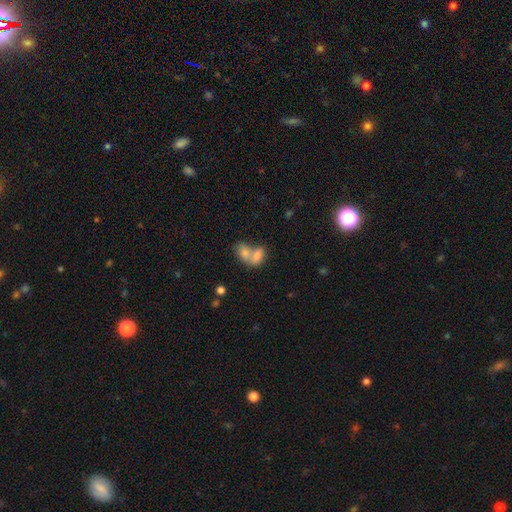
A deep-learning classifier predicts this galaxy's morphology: Overall: smooth (78%). How rounded: in between (86%). Merging: merger (72%).